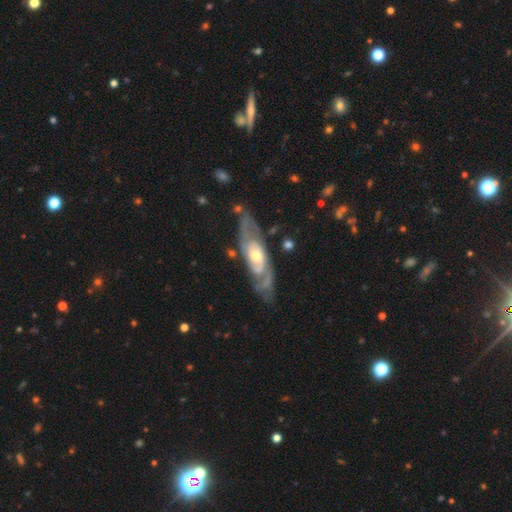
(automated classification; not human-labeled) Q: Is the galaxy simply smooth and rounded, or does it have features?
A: featured or disk — 84%.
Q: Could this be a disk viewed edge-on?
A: no — 85%.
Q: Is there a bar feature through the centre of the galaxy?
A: no — 64%.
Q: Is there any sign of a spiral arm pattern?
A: yes — 90%.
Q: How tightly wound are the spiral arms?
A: tight — 52%.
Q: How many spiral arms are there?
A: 2 — 64%.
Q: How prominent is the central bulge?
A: moderate — 60%.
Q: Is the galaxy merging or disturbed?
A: none — 68%.